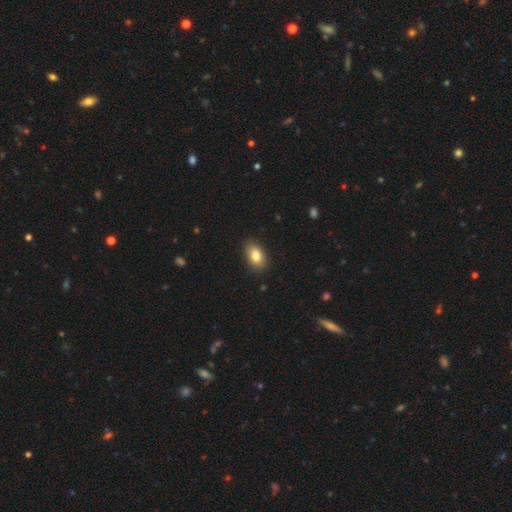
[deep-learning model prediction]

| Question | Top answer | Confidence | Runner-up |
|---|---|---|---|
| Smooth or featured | smooth | 83% | featured or disk (9%) |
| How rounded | in between | 89% | round (9%) |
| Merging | none | 87% | minor disturbance (10%) |